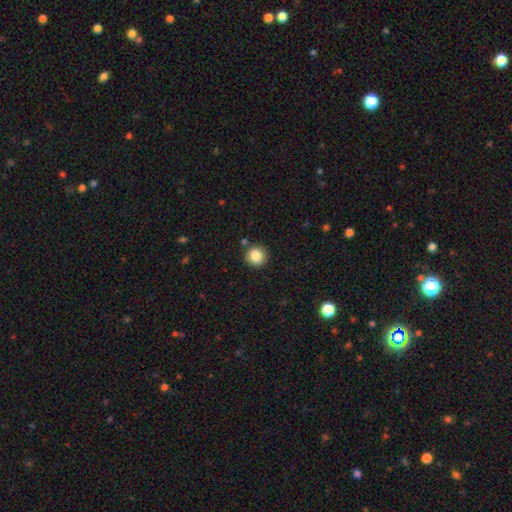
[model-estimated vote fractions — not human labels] This is clearly a smooth galaxy (85%). How rounded: clearly round (89%). Merging: clearly none (87%).